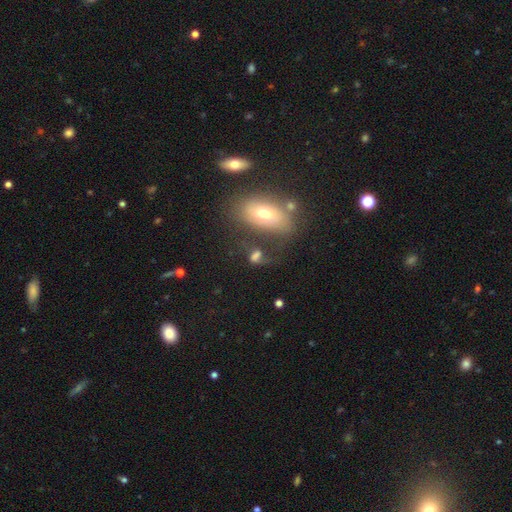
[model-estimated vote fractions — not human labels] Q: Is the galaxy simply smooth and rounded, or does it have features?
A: smooth — 60%.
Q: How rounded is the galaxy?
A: in between — 72%.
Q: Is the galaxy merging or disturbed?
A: none — 41%.